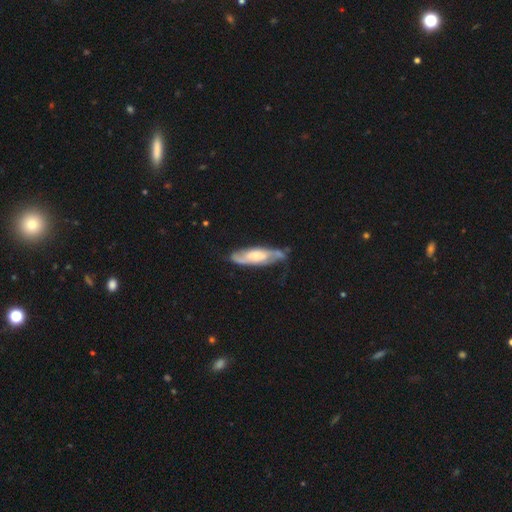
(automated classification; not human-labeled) Smooth or featured?
  - featured or disk: 75% *
  - smooth: 20%
  - star or artifact: 6%
Edge-on disk?
  - no: 78% *
  - yes: 22%
Bar?
  - no: 58% *
  - weak: 32%
  - strong: 10%
Spiral arms?
  - yes: 92% *
  - no: 8%
Spiral winding?
  - medium: 45% *
  - tight: 35%
  - loose: 20%
Spiral arm count?
  - 2: 76% *
  - can't tell: 16%
  - 3: 3%
  - 1: 3%
  - 4: 1%
  - more than 4: 1%
Bulge size?
  - moderate: 42% *
  - small: 31%
  - large: 16%
  - none: 10%
  - dominant: 2%
Merging?
  - none: 70% *
  - minor disturbance: 21%
  - major disturbance: 7%
  - merger: 3%